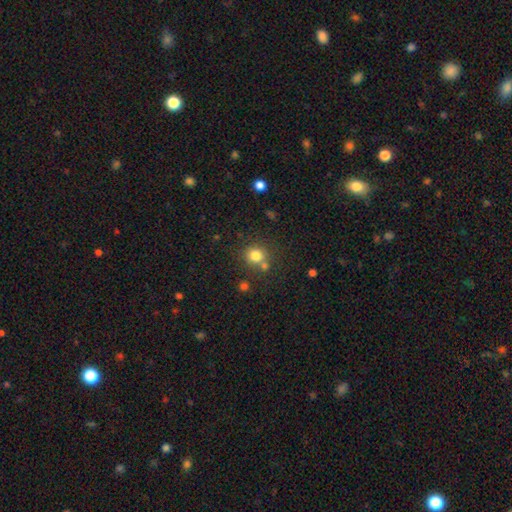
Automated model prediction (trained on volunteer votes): smooth 79%, star or artifact 13%, featured or disk 8%. Down the decision tree: how rounded — round (87%); merging — none (67%).